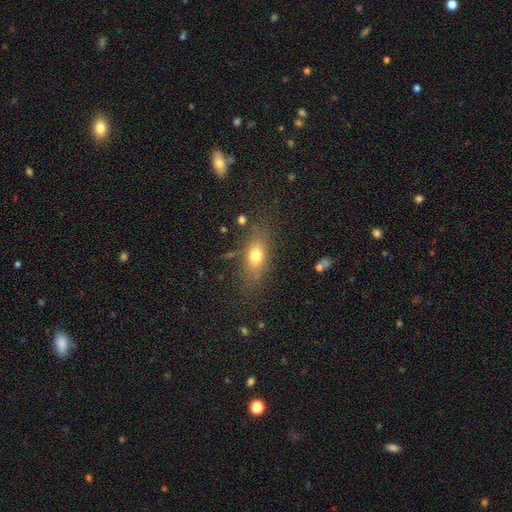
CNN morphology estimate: smooth_or_featured: smooth (p=0.71) [alt: featured or disk p=0.16]
how_rounded: in between (p=0.73) [alt: round p=0.16]
merging: none (p=0.73) [alt: minor disturbance p=0.16]